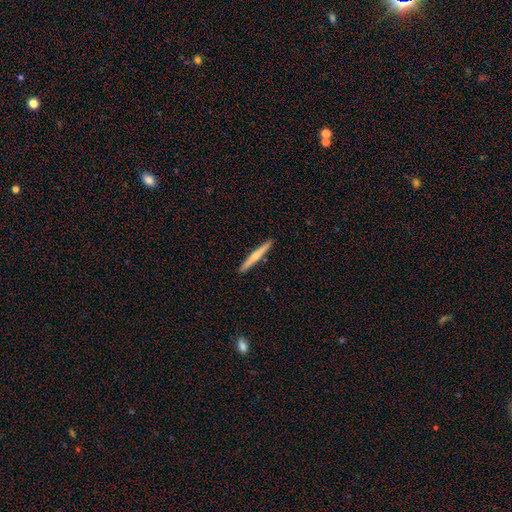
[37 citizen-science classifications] featured or disk 51%, smooth 43%, star or artifact 5%. Down the decision tree: edge-on disk — yes (100%); edge-on bulge — rounded (79%); merging — none (97%).